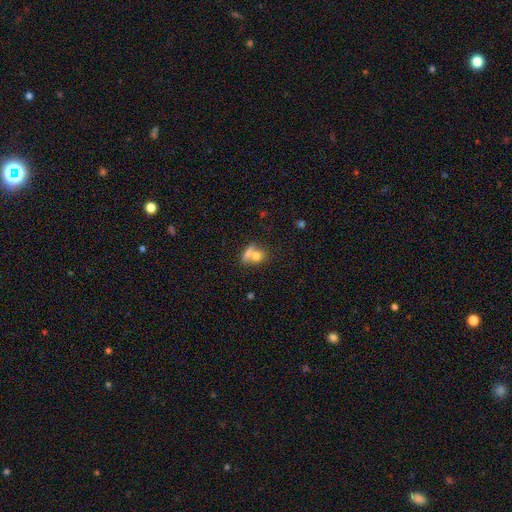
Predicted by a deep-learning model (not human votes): This is likely a smooth galaxy (74%). How rounded: possibly round (47%, tied with in between). Merging: possibly merger (54%).